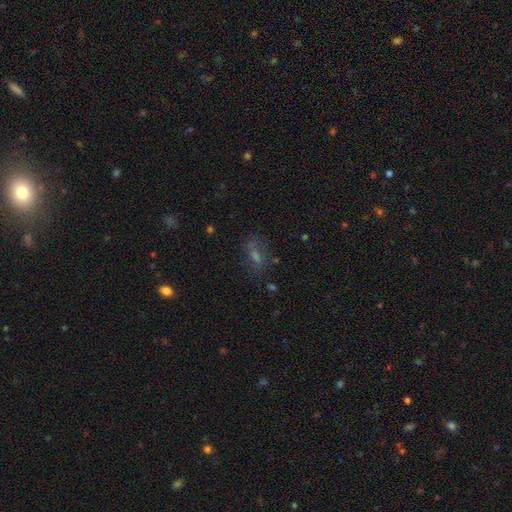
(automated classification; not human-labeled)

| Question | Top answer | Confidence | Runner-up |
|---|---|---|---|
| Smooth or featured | smooth | 43% | star or artifact (30%) |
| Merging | none | 65% | minor disturbance (19%) |